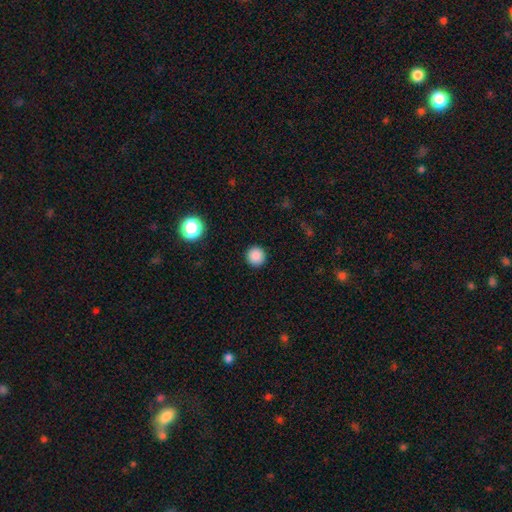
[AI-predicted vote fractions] Overall: smooth (87%). How rounded: round (95%). Merging: none (92%).